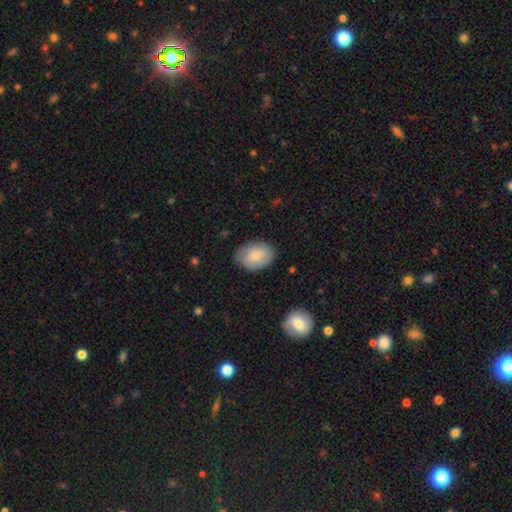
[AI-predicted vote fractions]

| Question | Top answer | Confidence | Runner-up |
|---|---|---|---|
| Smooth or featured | smooth | 84% | featured or disk (10%) |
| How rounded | in between | 81% | round (18%) |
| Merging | none | 81% | minor disturbance (14%) |